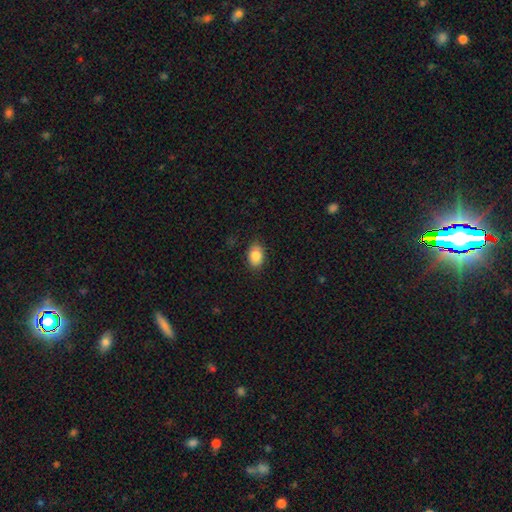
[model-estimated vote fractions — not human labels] This is clearly a smooth galaxy (87%). How rounded: clearly in between (83%). Merging: clearly none (86%).